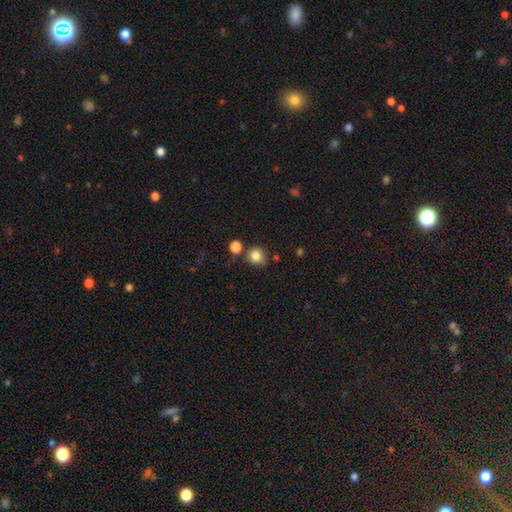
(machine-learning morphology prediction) smooth_or_featured: smooth (p=0.83) [alt: star or artifact p=0.11]
how_rounded: round (p=0.83) [alt: in between p=0.16]
merging: none (p=0.73) [alt: minor disturbance p=0.13]